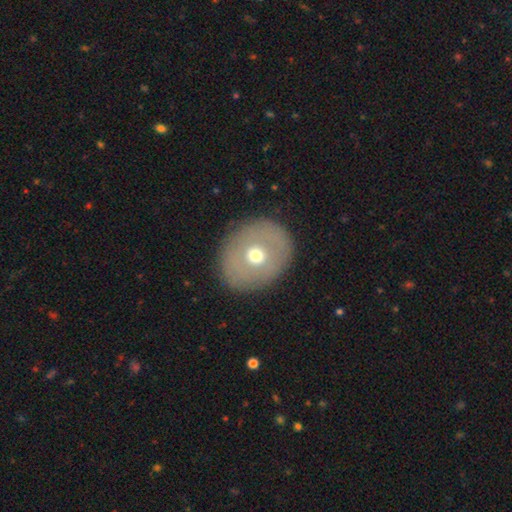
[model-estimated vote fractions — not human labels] This is possibly a smooth galaxy (55%). How rounded: likely round (64%). Merging: clearly none (87%).